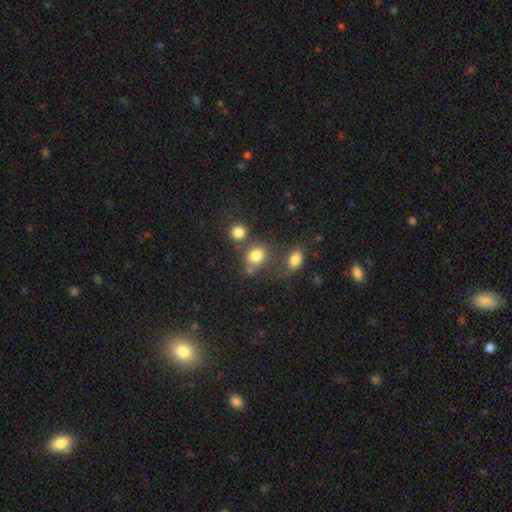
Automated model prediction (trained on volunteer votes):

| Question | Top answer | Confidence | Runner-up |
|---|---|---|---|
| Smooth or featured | smooth | 79% | star or artifact (13%) |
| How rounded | round | 61% | in between (38%) |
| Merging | none | 51% | merger (27%) |